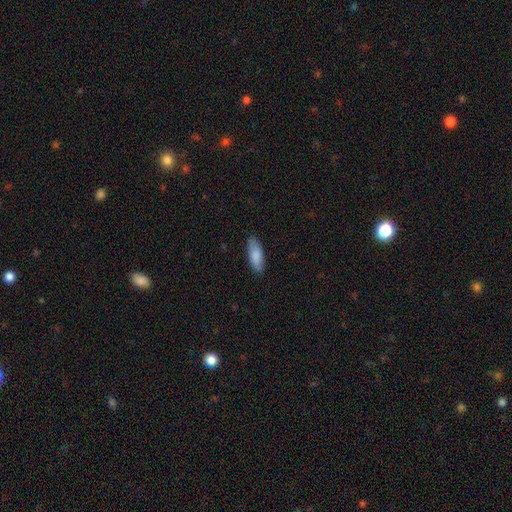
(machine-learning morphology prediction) Smooth or featured: smooth — 85% (featured or disk — 10%)
How rounded: in between — 71% (cigar-shaped — 27%)
Merging: none — 84% (minor disturbance — 12%)